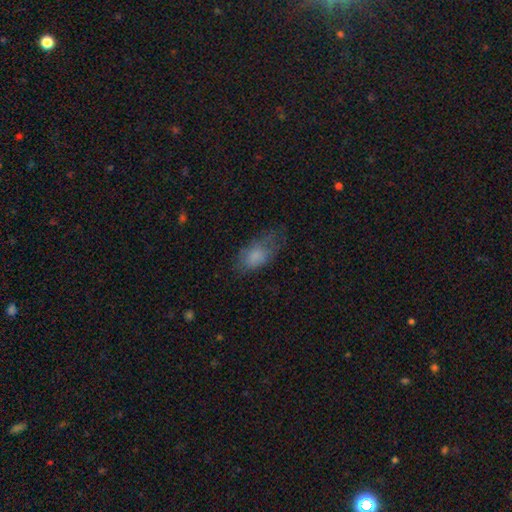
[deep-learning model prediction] Overall: smooth (74%). How rounded: in between (88%). Merging: none (48%; minor disturbance 29%).